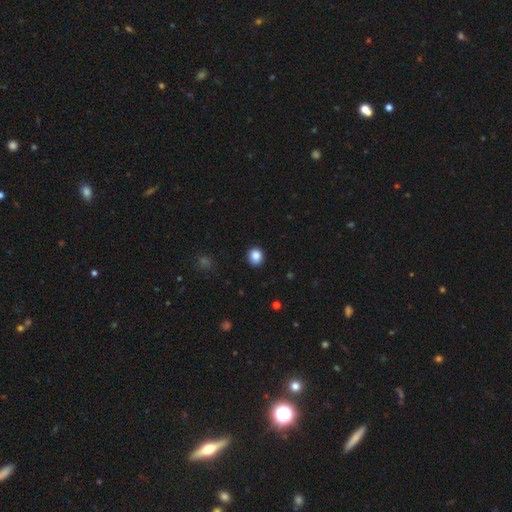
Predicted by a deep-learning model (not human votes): The model was most divided on "how rounded": round: 79%, in between: 20%, cigar-shaped: 1%. More confident: merging — none (90%); smooth or featured — smooth (86%).